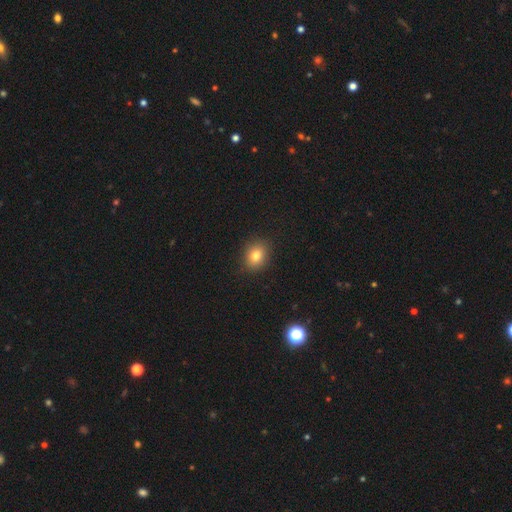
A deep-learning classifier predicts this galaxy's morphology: Smooth or featured? smooth (80%)
How rounded? round (59%)
Merging? none (89%)